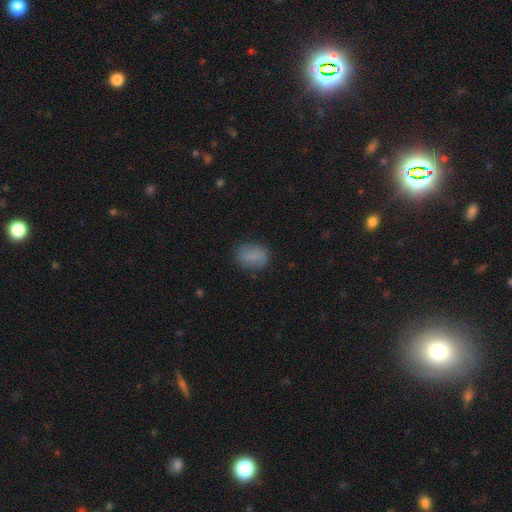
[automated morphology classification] smooth_or_featured: smooth (p=0.75) [alt: featured or disk p=0.15]
how_rounded: in between (p=0.60) [alt: round p=0.38]
merging: none (p=0.73) [alt: minor disturbance p=0.20]